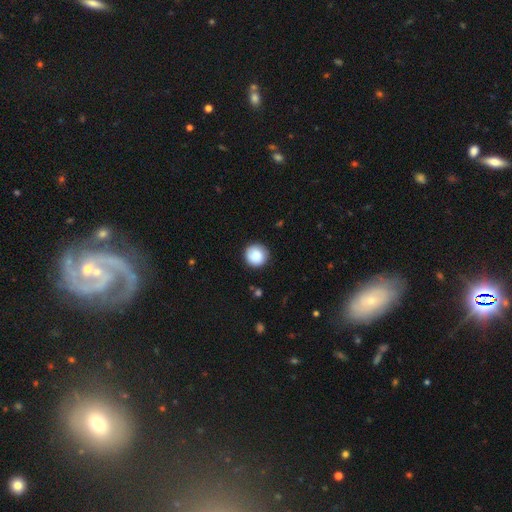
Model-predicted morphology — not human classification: Q: Smooth or featured?
A: smooth (86%); runner-up: star or artifact (8%)
Q: How rounded?
A: round (95%); runner-up: in between (4%)
Q: Merging?
A: none (87%); runner-up: minor disturbance (9%)